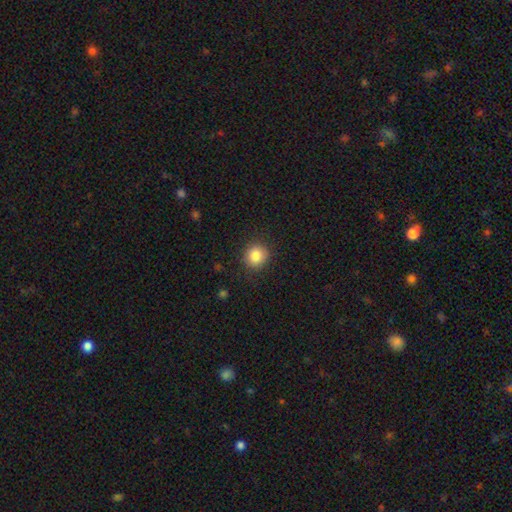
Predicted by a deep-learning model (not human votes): The model was most divided on "smooth or featured": smooth: 85%, star or artifact: 10%, featured or disk: 5%. More confident: merging — none (89%); how rounded — round (88%).